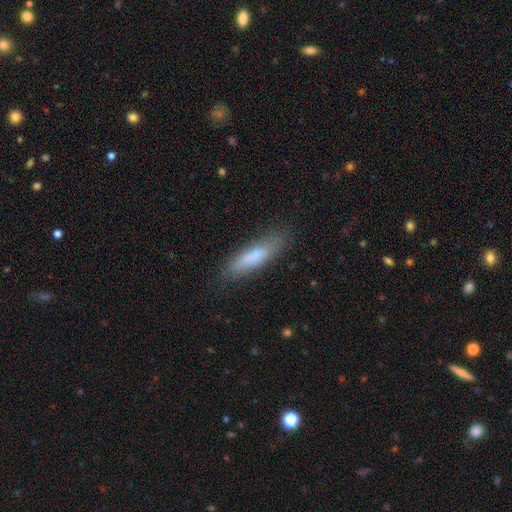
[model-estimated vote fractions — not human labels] smooth-or-featured: smooth: 77% | featured or disk: 17% | star or artifact: 7%
  how-rounded: cigar-shaped: 71% | in between: 28% | round: 2%
  merging: none: 80% | minor disturbance: 15% | major disturbance: 4% | merger: 1%